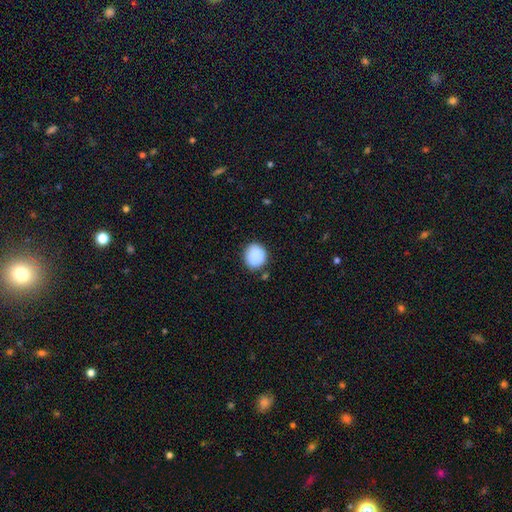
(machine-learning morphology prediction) A smooth galaxy with no disk features (86%) that is round (84%).

Vote fractions:
- Smooth or featured? smooth: 86% / star or artifact: 8% / featured or disk: 6%
- How rounded? round: 84% / in between: 15% / cigar-shaped: 1%
- Merging? none: 79% / minor disturbance: 14% / merger: 4% / major disturbance: 3%